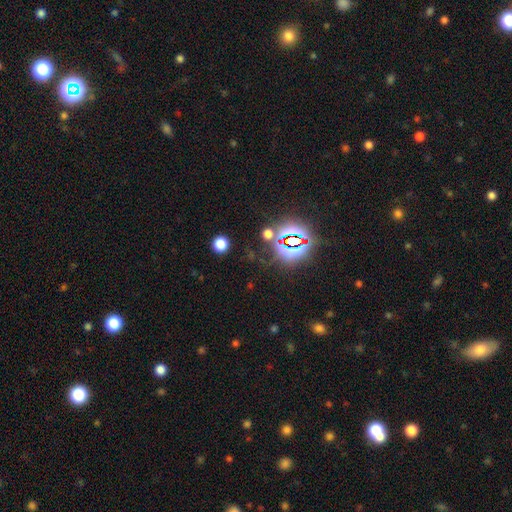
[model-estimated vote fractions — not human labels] Smooth or featured: star or artifact — 78% (smooth — 14%)